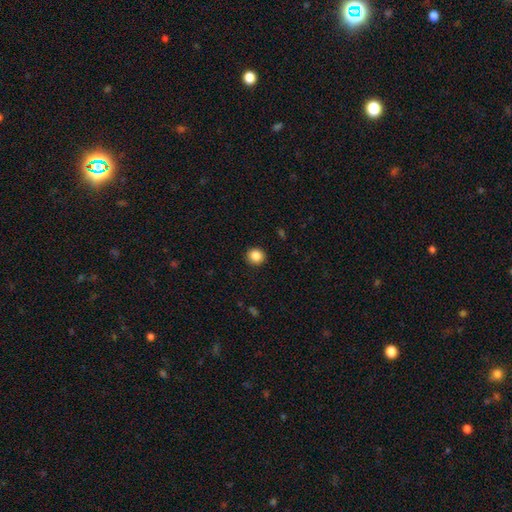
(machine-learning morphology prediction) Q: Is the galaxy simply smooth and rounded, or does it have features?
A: smooth — 87%.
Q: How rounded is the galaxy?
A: round — 88%.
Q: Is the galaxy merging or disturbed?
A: none — 91%.